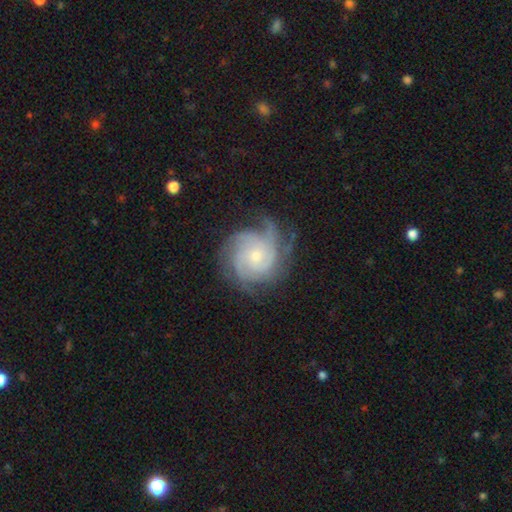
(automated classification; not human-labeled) Smooth or featured? featured or disk (86%)
Edge-on disk? no (98%)
Bar? no (75%)
Spiral arms? yes (97%)
Spiral winding? tight (65%)
Spiral arm count? 3 (31%)
Bulge size? small (54%)
Merging? none (70%)